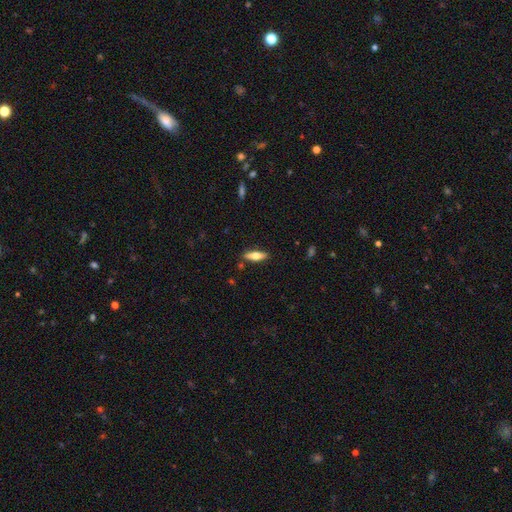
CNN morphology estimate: Smooth or featured? smooth (52%)
How rounded? cigar-shaped (51%)
Merging? none (87%)